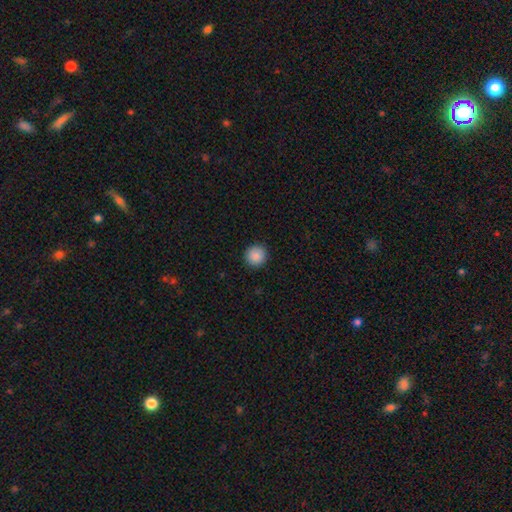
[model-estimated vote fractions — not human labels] Overall: smooth (89%). How rounded: round (94%). Merging: none (92%).